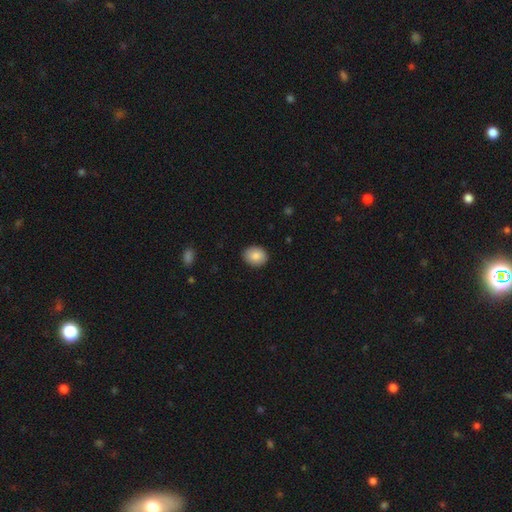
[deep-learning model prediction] The model was most divided on "how rounded": in between: 52%, round: 47%, cigar-shaped: 1%. More confident: merging — none (90%); smooth or featured — smooth (88%).